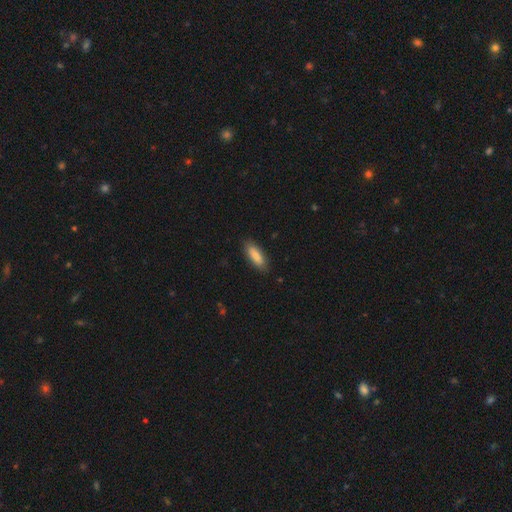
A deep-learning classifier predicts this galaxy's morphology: Smooth or featured?
  - smooth: 84% *
  - featured or disk: 10%
  - star or artifact: 6%
How rounded?
  - in between: 64% *
  - cigar-shaped: 35%
  - round: 2%
Merging?
  - none: 86% *
  - minor disturbance: 11%
  - major disturbance: 2%
  - merger: 1%